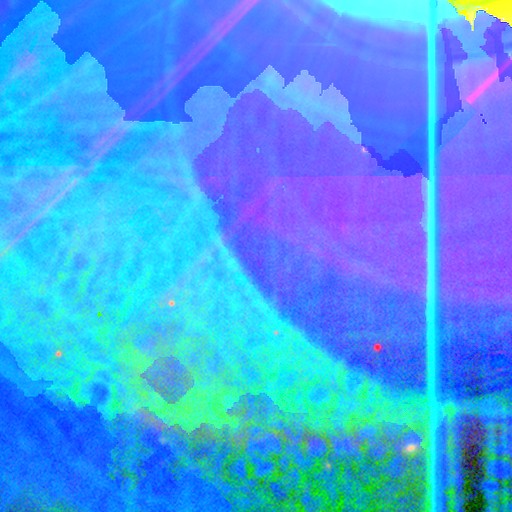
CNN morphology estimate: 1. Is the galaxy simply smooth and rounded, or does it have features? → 81% star or artifact, 11% featured or disk, 8% smooth.